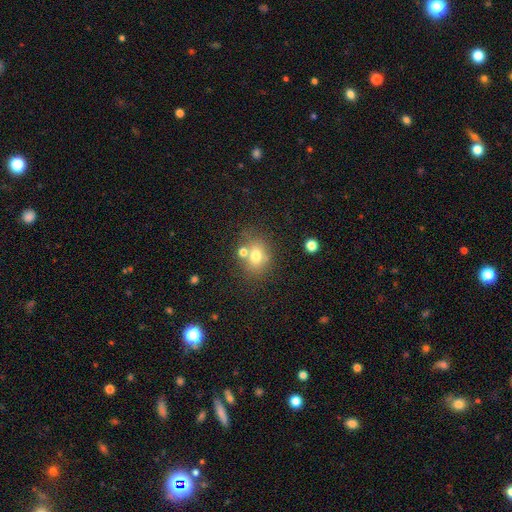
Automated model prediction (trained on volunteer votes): This is likely a smooth galaxy (71%). How rounded: possibly round (53%). Merging: possibly none (58%).